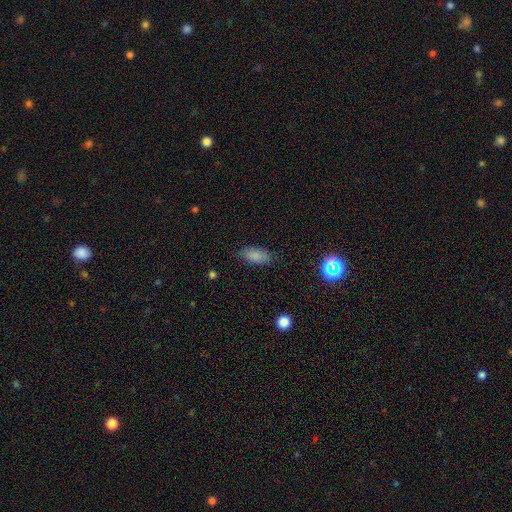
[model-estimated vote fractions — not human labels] A smooth galaxy with no disk features (84%) that is in between round and cigar-shaped (89%). Merging: none (83%).